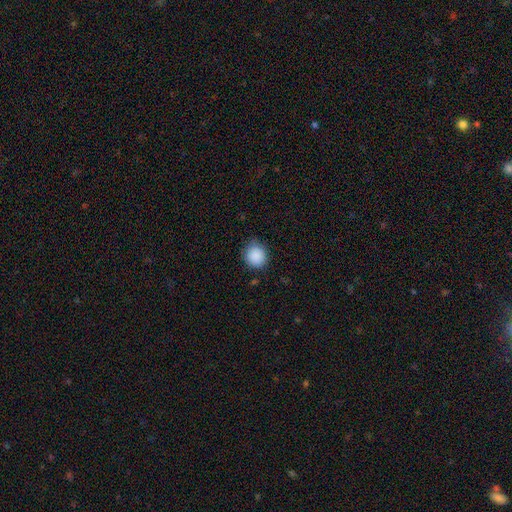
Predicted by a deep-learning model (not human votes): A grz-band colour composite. It shows a smooth galaxy with no disk features (89%) that is round (86%). Merging: none (81%).